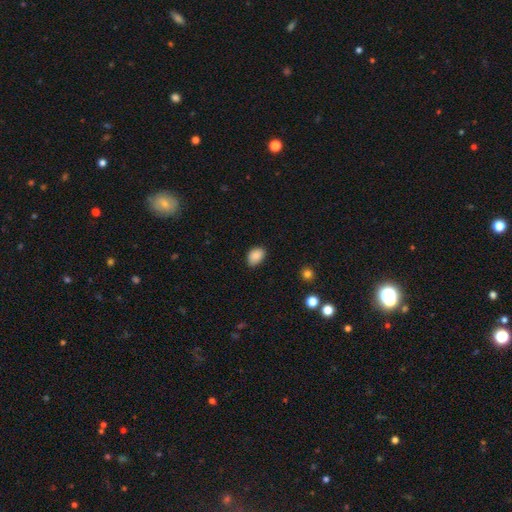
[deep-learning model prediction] The model was most divided on "how rounded": in between: 83%, round: 16%, cigar-shaped: 1%. More confident: smooth or featured — smooth (88%); merging — none (82%).